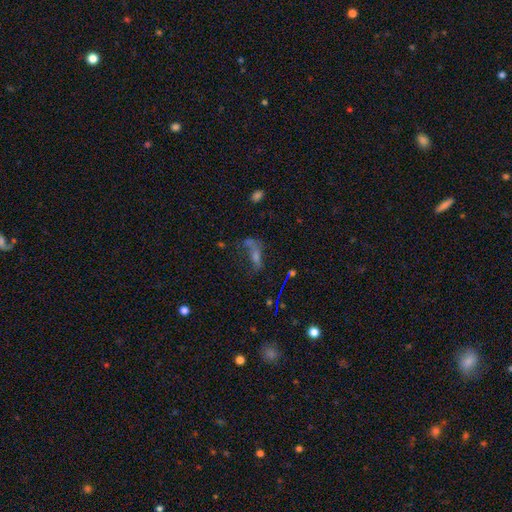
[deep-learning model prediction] A smooth galaxy with no disk features (35%). Merging: none (35%).